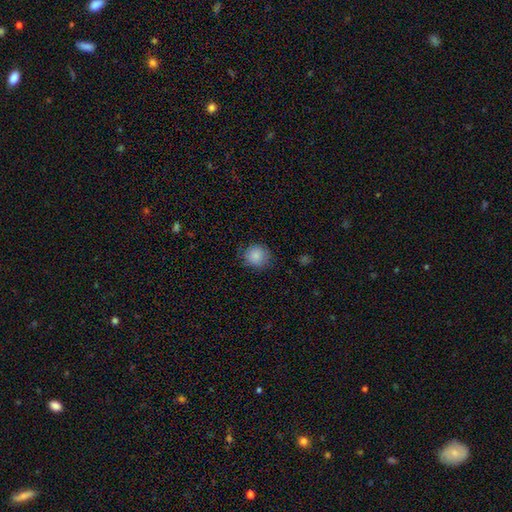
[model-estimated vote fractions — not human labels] Q: Smooth or featured?
A: smooth (86%); runner-up: star or artifact (9%)
Q: How rounded?
A: round (88%); runner-up: in between (11%)
Q: Merging?
A: none (80%); runner-up: minor disturbance (15%)